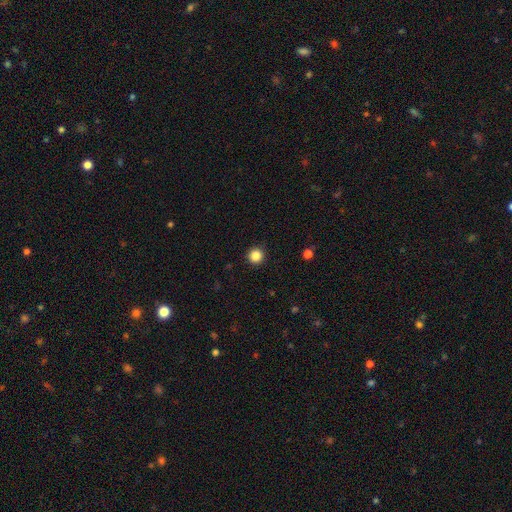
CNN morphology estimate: Smooth or featured: smooth — 85% (star or artifact — 11%)
How rounded: round — 95% (in between — 4%)
Merging: none — 92% (minor disturbance — 5%)